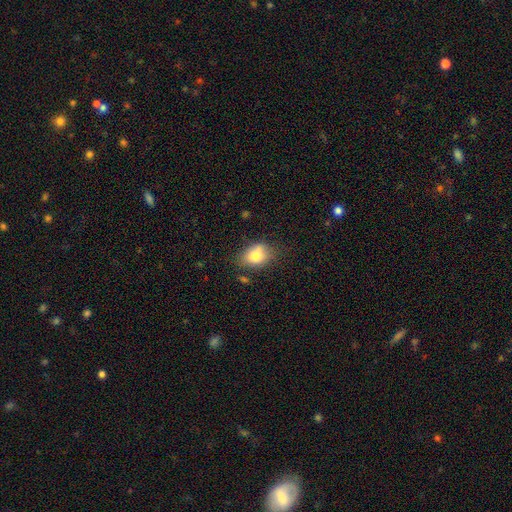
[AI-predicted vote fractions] Smooth or featured? smooth (77%)
How rounded? in between (69%)
Merging? none (62%)